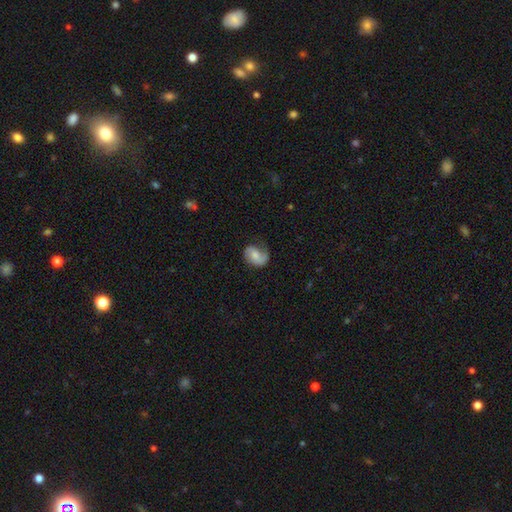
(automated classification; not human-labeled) smooth-or-featured: featured or disk: 49% | smooth: 44% | star or artifact: 7%
  merging: none: 53% | minor disturbance: 27% | major disturbance: 19% | merger: 2%